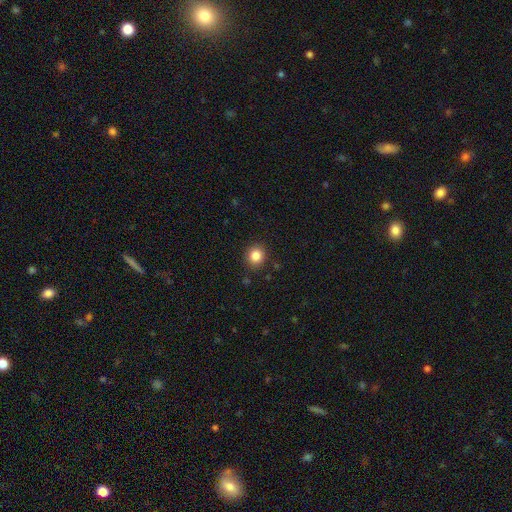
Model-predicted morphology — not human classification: Smooth or featured? smooth (84%)
How rounded? round (86%)
Merging? none (89%)